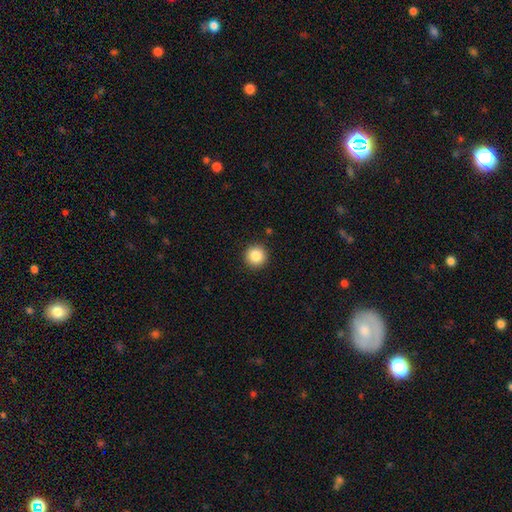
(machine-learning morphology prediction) This is clearly a smooth galaxy (87%). How rounded: clearly round (96%). Merging: clearly none (92%).